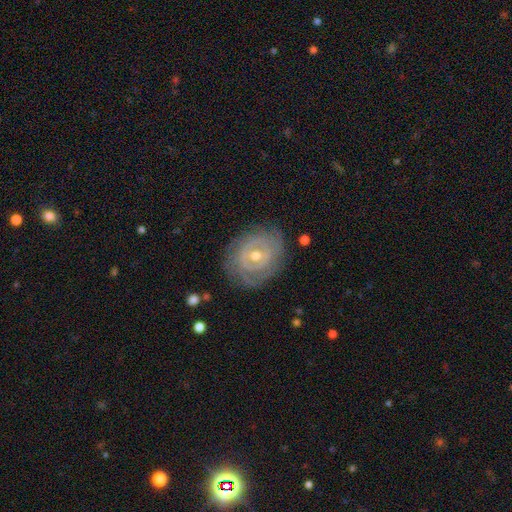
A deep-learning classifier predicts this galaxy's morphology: Smooth or featured?
  - featured or disk: 81% *
  - smooth: 14%
  - star or artifact: 6%
Edge-on disk?
  - no: 97% *
  - yes: 3%
Bar?
  - no: 53% *
  - weak: 36%
  - strong: 11%
Spiral arms?
  - yes: 80% *
  - no: 20%
Spiral winding?
  - tight: 77% *
  - medium: 17%
  - loose: 6%
Spiral arm count?
  - can't tell: 42% *
  - 2: 30%
  - 3: 12%
  - 1: 6%
  - 4: 5%
  - more than 4: 4%
Bulge size?
  - moderate: 58% *
  - small: 38%
  - large: 2%
  - none: 1%
  - dominant: 1%
Merging?
  - none: 76% *
  - minor disturbance: 16%
  - major disturbance: 6%
  - merger: 1%